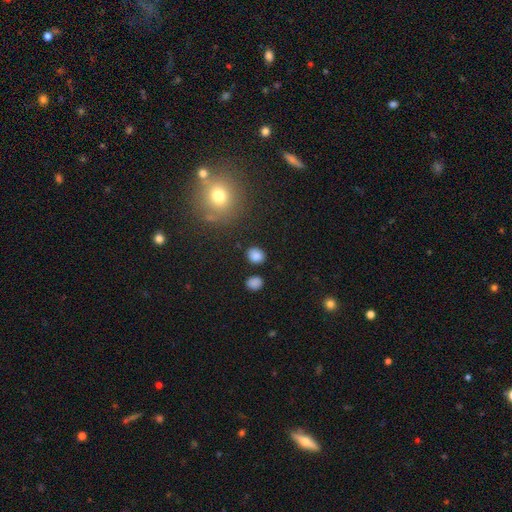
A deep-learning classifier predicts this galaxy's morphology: smooth-or-featured: smooth: 84% | star or artifact: 12% | featured or disk: 4%
  how-rounded: round: 60% | in between: 39% | cigar-shaped: 1%
  merging: none: 84% | minor disturbance: 9% | merger: 4% | major disturbance: 3%